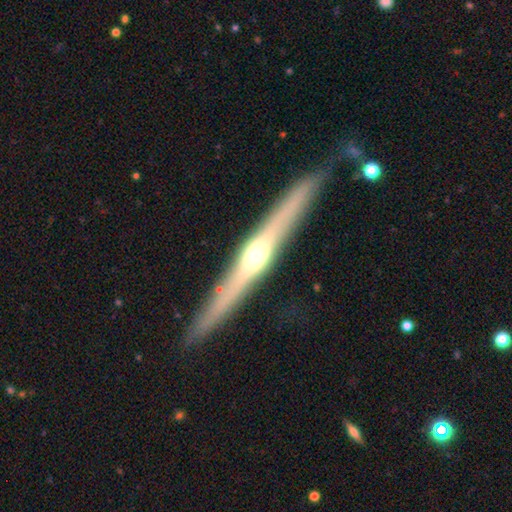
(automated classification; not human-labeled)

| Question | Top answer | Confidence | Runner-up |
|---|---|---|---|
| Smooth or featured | featured or disk | 76% | smooth (18%) |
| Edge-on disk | yes | 97% | no (3%) |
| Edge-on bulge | rounded | 87% | none (7%) |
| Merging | none | 87% | minor disturbance (9%) |